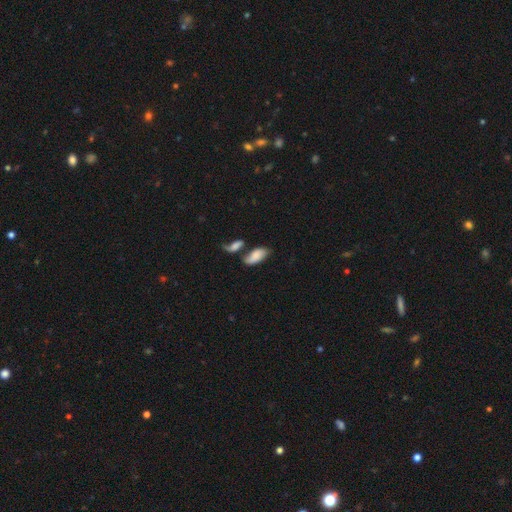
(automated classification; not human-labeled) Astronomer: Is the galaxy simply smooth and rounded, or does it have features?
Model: smooth — 74%.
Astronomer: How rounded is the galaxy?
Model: in between — 89%.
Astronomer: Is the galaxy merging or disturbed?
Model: none — 40% (runner-up: merger, 35%).